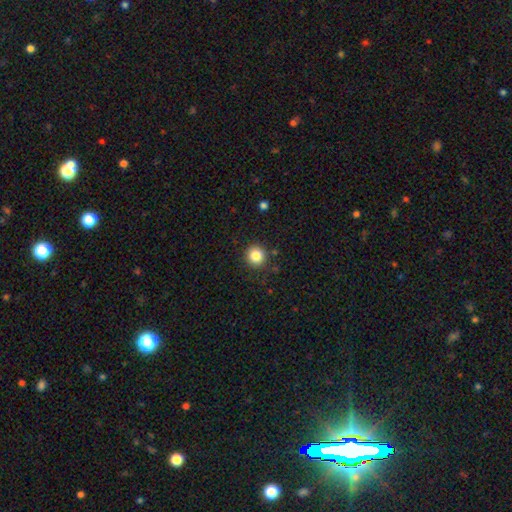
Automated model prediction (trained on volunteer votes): smooth-or-featured: smooth: 84% | star or artifact: 11% | featured or disk: 5%
  how-rounded: round: 93% | in between: 6% | cigar-shaped: 1%
  merging: none: 89% | minor disturbance: 7% | major disturbance: 2% | merger: 2%